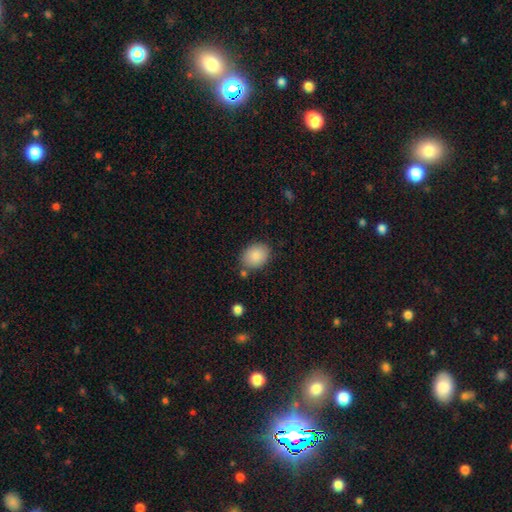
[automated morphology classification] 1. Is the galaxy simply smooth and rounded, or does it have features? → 86% smooth, 8% star or artifact, 6% featured or disk.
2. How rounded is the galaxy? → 61% in between, 38% round, 1% cigar-shaped.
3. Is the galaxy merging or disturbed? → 80% none, 13% minor disturbance, 4% merger, 3% major disturbance.